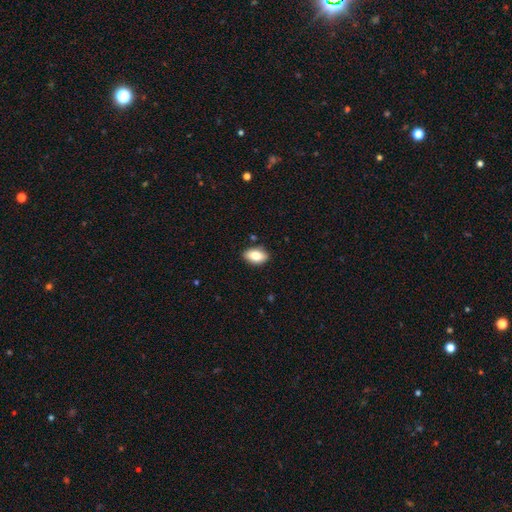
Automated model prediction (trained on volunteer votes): Smooth or featured? Predicted: smooth (p=0.83). How rounded? Predicted: in between (p=0.91). Merging? Predicted: none (p=0.87).